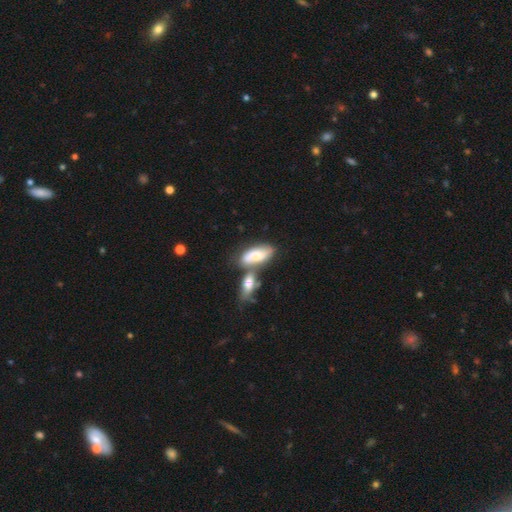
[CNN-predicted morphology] This is possibly a smooth galaxy (51%). How rounded: clearly in between (83%). Merging: possibly merger (49%).